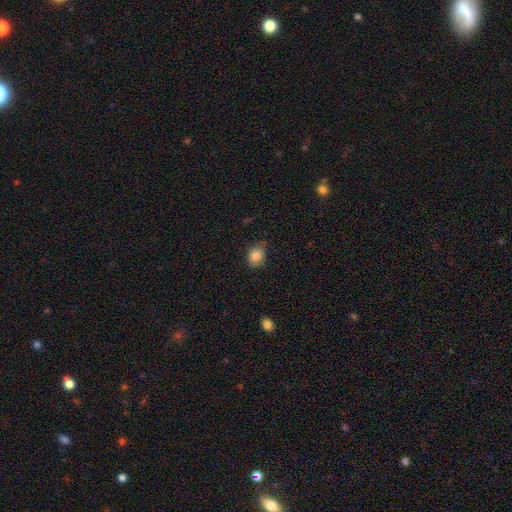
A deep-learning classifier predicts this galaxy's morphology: A smooth galaxy with no disk features (84%) that is round (52%).

Vote fractions:
- Smooth or featured? smooth: 84% / star or artifact: 10% / featured or disk: 6%
- How rounded? round: 52% / in between: 47% / cigar-shaped: 1%
- Merging? none: 75% / minor disturbance: 20% / major disturbance: 3% / merger: 2%